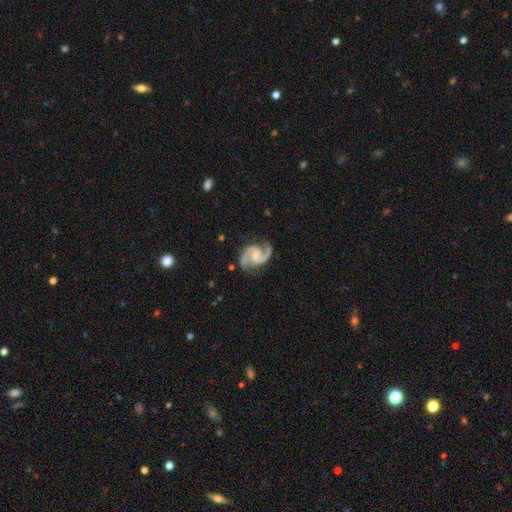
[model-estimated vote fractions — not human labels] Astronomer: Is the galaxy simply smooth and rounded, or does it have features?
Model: featured or disk — 93%.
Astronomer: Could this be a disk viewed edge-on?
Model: no — 98%.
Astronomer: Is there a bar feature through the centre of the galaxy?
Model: no — 47% (runner-up: weak, 41%).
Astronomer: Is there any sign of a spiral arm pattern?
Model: yes — 99%.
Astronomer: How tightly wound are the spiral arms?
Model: medium — 66%.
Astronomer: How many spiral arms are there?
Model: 2 — 94%.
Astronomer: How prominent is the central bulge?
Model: small — 45% (runner-up: moderate, 28%).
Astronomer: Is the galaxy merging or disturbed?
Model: none — 80%.